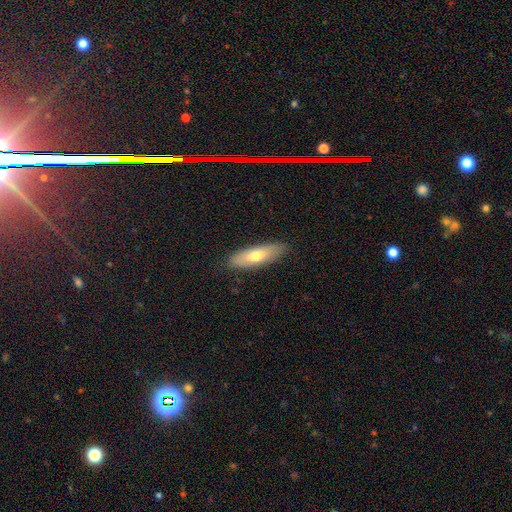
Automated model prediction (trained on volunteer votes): Overall: smooth (69%). How rounded: cigar-shaped (51%; in between 47%). Merging: none (86%).